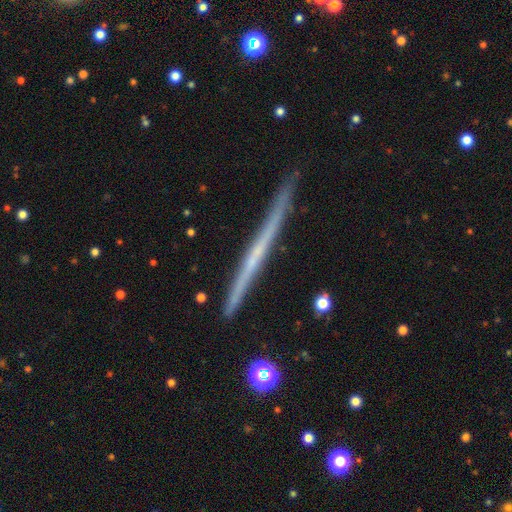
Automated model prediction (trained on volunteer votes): Morphology: type=featured or disk (66%); edge-on=yes (98%); edge-on bulge=none (87%); merging=none (89%).